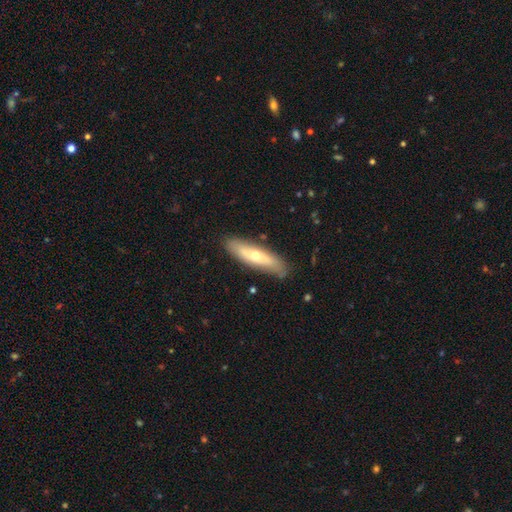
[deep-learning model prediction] A smooth galaxy with no disk features (49%).

Vote fractions:
- Smooth or featured? smooth: 49% / featured or disk: 45% / star or artifact: 6%
- Merging? none: 82% / minor disturbance: 13% / major disturbance: 3% / merger: 2%